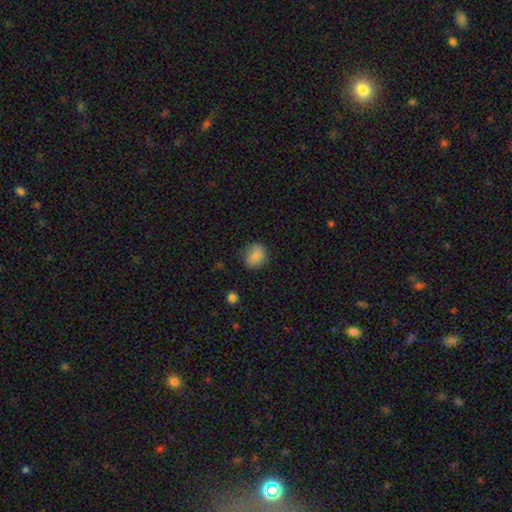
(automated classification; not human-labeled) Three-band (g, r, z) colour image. It shows a smooth galaxy with no disk features (85%) that is round (68%). Merging: none (81%).